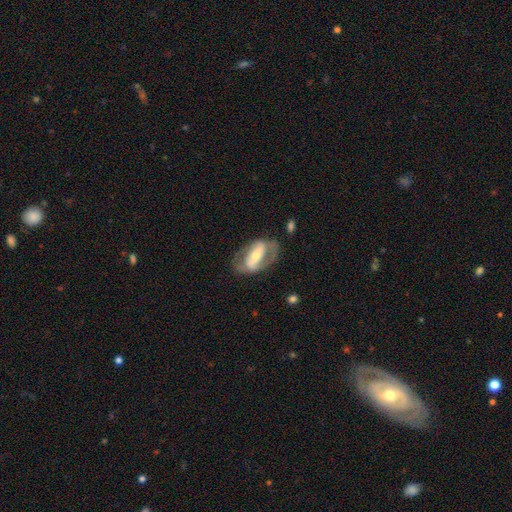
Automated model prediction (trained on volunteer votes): A featured or disk galaxy (72%) with a strong bar (59%), spiral arms (68%) and a small central bulge (47%). Merging: none (62%).